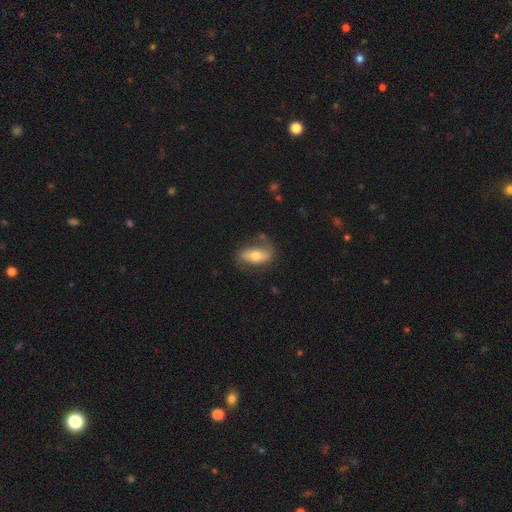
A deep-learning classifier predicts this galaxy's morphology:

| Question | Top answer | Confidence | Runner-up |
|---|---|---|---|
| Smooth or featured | smooth | 50% | featured or disk (44%) |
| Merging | none | 69% | minor disturbance (20%) |